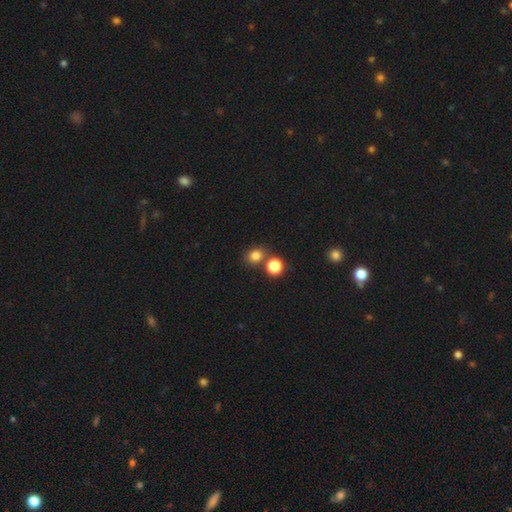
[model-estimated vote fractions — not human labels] The model was most divided on "how rounded": round: 68%, in between: 31%, cigar-shaped: 1%. More confident: smooth or featured — smooth (80%); merging — none (64%).